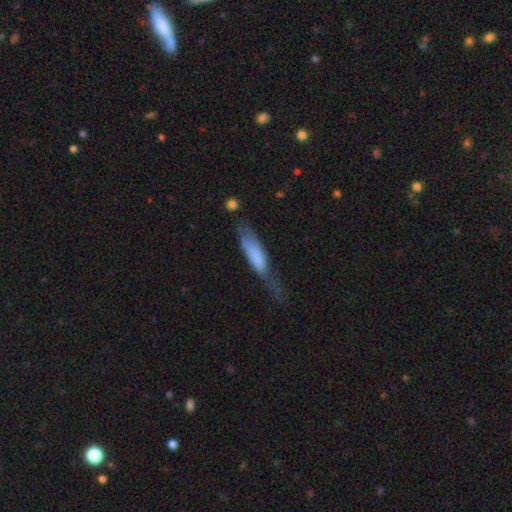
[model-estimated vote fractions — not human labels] Smooth or featured? smooth (65%)
How rounded? cigar-shaped (64%)
Merging? major disturbance (39%)